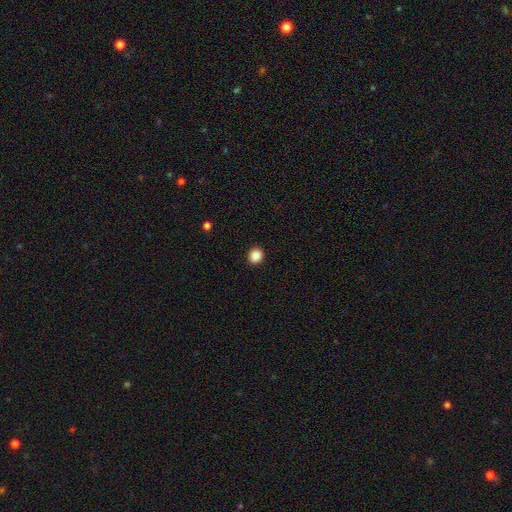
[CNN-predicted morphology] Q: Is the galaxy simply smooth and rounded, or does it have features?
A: smooth — 88%.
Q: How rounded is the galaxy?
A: round — 85%.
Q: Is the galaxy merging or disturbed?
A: none — 92%.